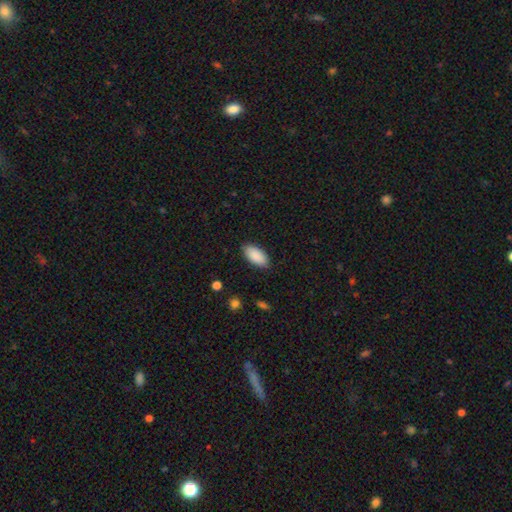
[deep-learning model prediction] Overall: smooth (90%). How rounded: in between (93%). Merging: none (87%).